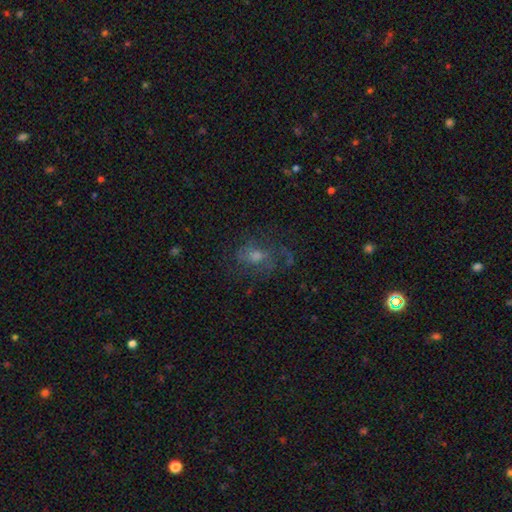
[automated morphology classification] This appears to be a featured or disk galaxy (55%) with no bar (64%), spiral arms (82%) and a moderate central bulge (55%). Merging: none (65%).